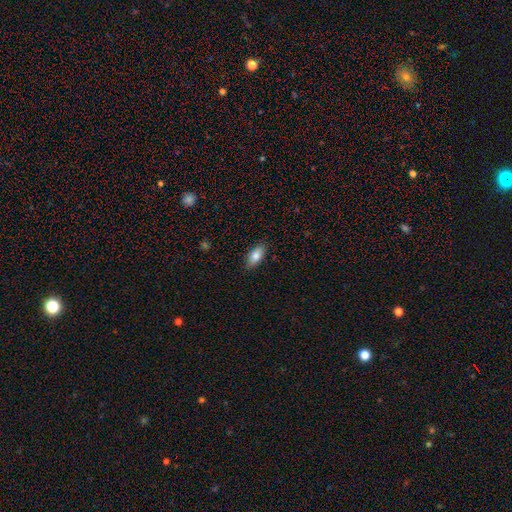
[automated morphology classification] This is clearly a smooth galaxy (80%). How rounded: clearly in between (87%). Merging: clearly none (86%).